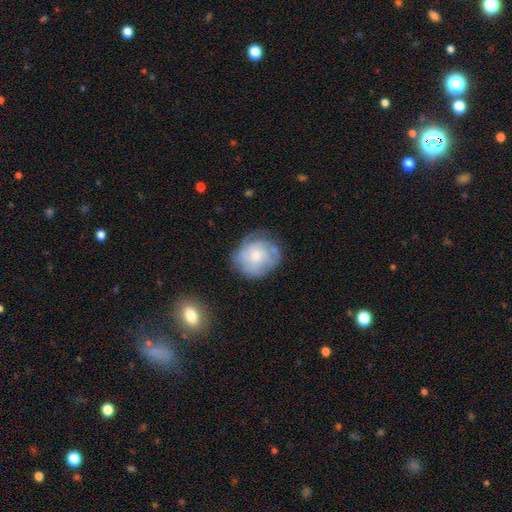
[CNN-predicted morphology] Smooth or featured? Predicted: featured or disk (p=0.53). Edge-on disk? Predicted: no (p=0.97). Bar? Predicted: no (p=0.81). Spiral arms? Predicted: yes (p=0.77). Bulge size? Predicted: moderate (p=0.50). Merging? Predicted: none (p=0.67).